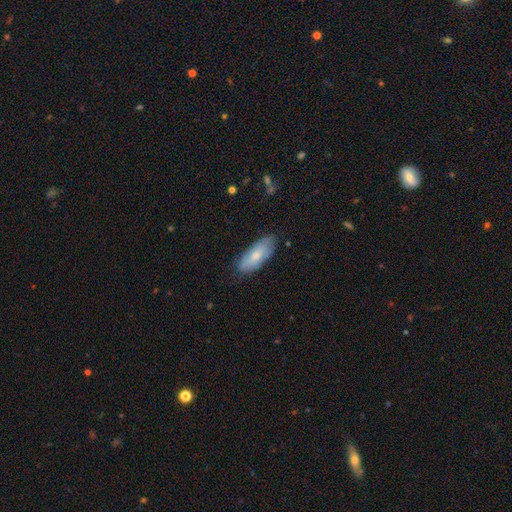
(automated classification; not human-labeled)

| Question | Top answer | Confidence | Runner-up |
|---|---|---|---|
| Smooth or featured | smooth | 68% | featured or disk (26%) |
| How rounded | in between | 76% | cigar-shaped (22%) |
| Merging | none | 75% | minor disturbance (20%) |